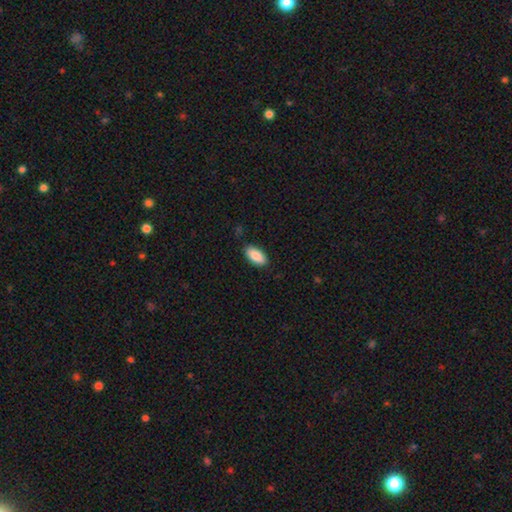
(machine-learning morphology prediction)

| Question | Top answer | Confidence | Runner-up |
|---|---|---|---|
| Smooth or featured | smooth | 87% | featured or disk (6%) |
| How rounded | in between | 92% | cigar-shaped (6%) |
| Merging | none | 87% | minor disturbance (9%) |